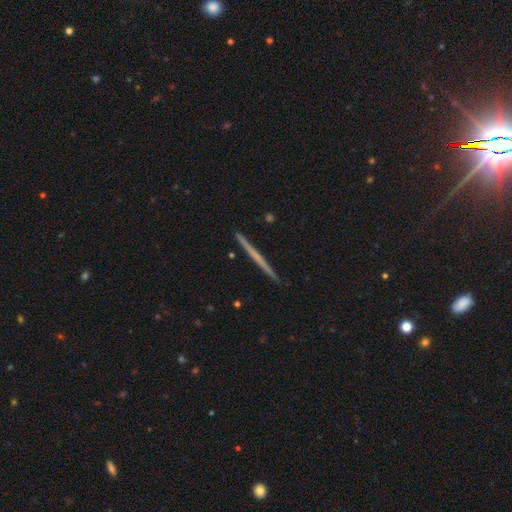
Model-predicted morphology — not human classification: Smooth or featured? featured or disk (57%)
Edge-on disk? yes (98%)
Edge-on bulge? none (89%)
Merging? none (93%)